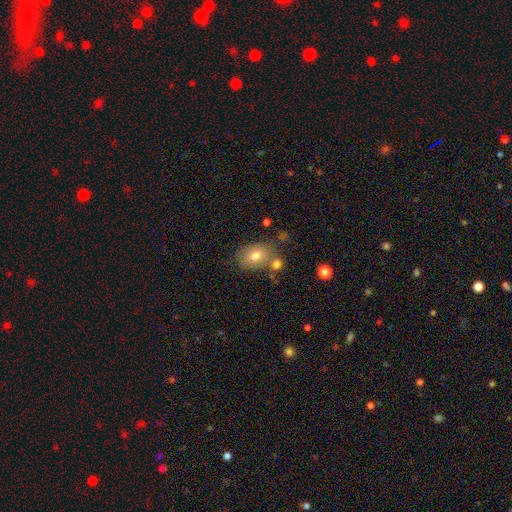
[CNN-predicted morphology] Overall: smooth (75%). How rounded: in between (66%; round 33%). Merging: none (63%).